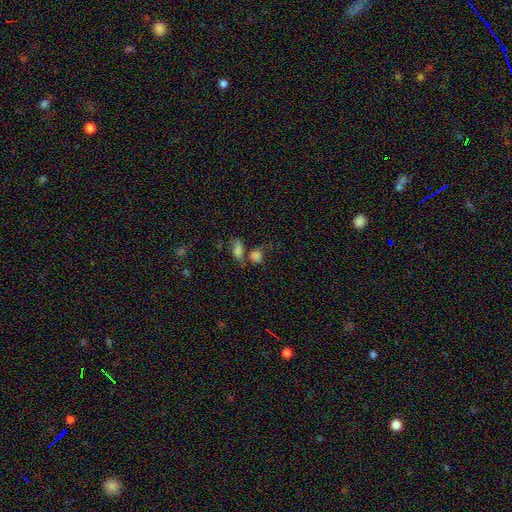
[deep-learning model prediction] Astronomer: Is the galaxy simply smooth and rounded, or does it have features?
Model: smooth — 75%.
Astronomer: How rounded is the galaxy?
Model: round — 50% (runner-up: in between, 46%).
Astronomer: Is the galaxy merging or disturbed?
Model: merger — 44% (runner-up: none, 33%).